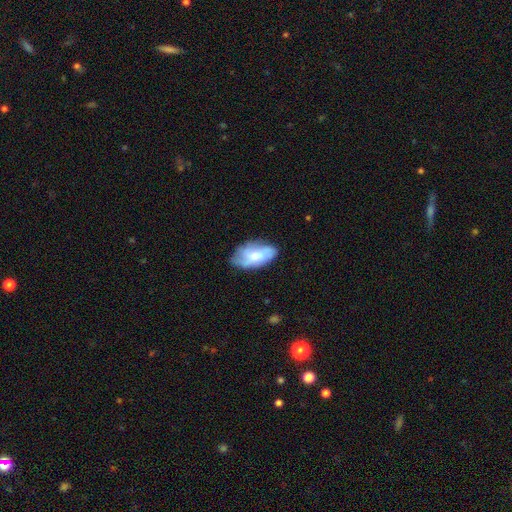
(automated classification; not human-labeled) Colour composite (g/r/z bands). It shows a smooth galaxy with no disk features (47%). Merging: none (65%).